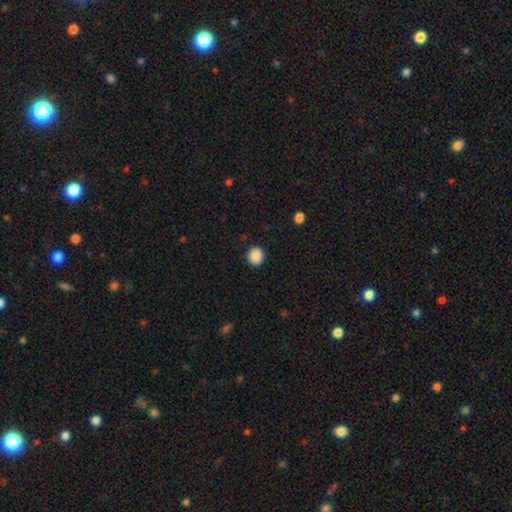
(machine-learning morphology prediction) A smooth galaxy with no disk features (89%) that is round (89%).

Vote fractions:
- Smooth or featured? smooth: 89% / star or artifact: 9% / featured or disk: 2%
- How rounded? round: 89% / in between: 10% / cigar-shaped: 1%
- Merging? none: 90% / minor disturbance: 7% / major disturbance: 2% / merger: 1%